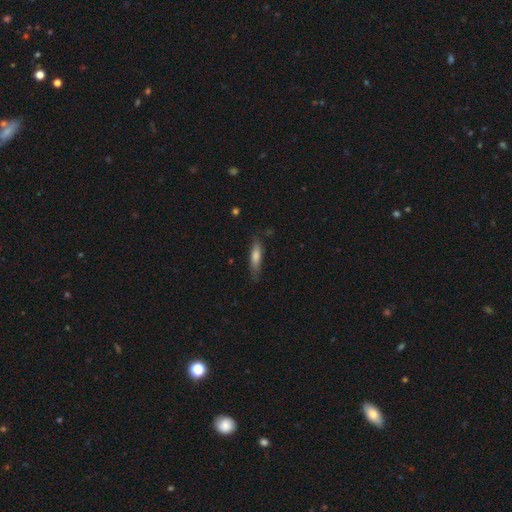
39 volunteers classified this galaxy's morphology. A smooth galaxy with no disk features (69%) that is cigar-shaped (89%). Merging: none (80%).